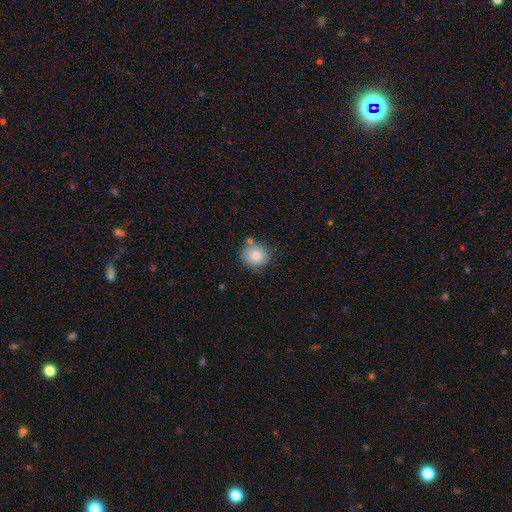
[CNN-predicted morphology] This appears to be a smooth galaxy with no disk features (81%) that is round (84%). Merging: none (73%).